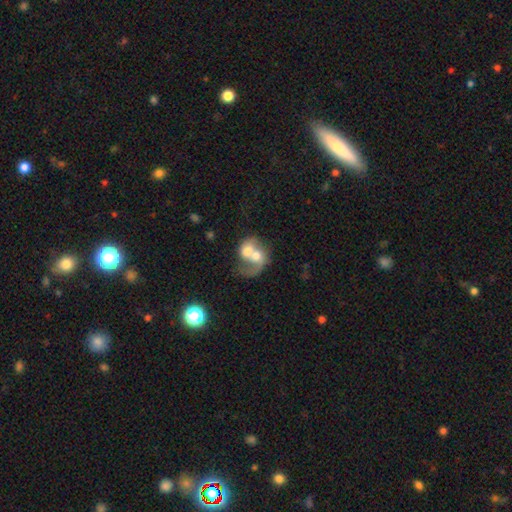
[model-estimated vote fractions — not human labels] Smooth or featured?
  - featured or disk: 53% *
  - smooth: 39%
  - star or artifact: 7%
Edge-on disk?
  - no: 97% *
  - yes: 3%
Bar?
  - no: 76% *
  - weak: 20%
  - strong: 4%
Spiral arms?
  - yes: 61% *
  - no: 39%
Bulge size?
  - moderate: 51% *
  - large: 25%
  - small: 12%
  - none: 7%
  - dominant: 5%
Merging?
  - merger: 75% *
  - major disturbance: 10%
  - none: 9%
  - minor disturbance: 5%